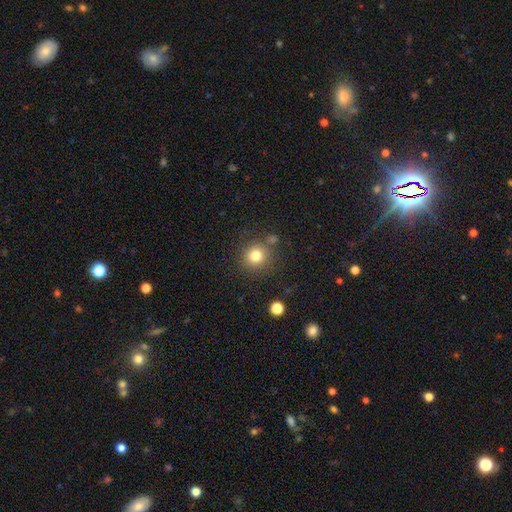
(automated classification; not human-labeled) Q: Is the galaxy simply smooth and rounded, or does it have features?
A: smooth — 80%.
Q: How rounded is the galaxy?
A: round — 91%.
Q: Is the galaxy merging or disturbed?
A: none — 79%.